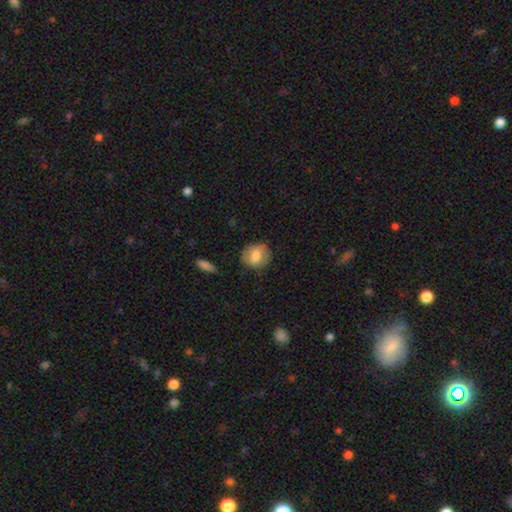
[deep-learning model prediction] The model was most divided on "how rounded": round: 66%, in between: 32%, cigar-shaped: 1%. More confident: merging — none (77%); smooth or featured — smooth (70%).